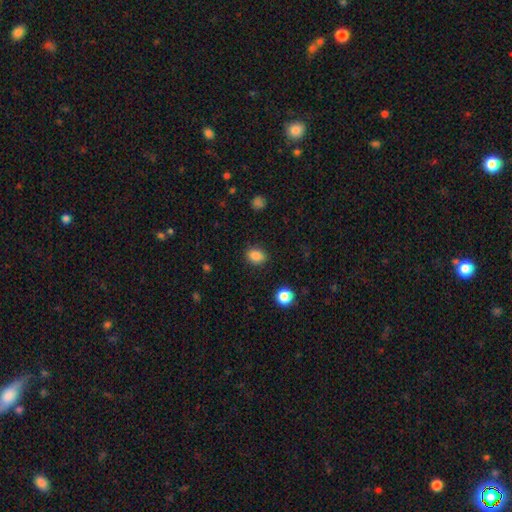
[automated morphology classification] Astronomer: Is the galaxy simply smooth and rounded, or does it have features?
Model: smooth — 86%.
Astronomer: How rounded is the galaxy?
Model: in between — 65%.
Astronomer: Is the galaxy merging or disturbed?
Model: none — 85%.